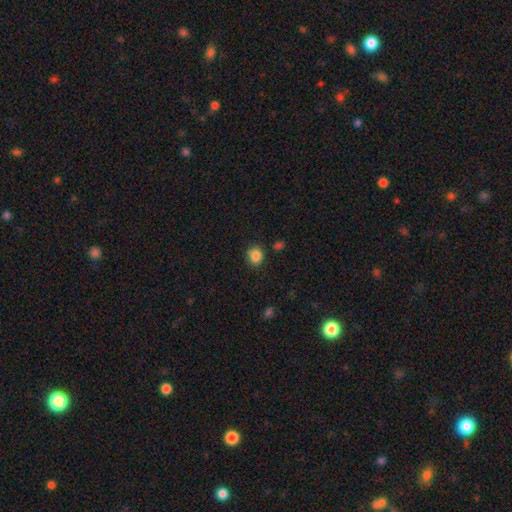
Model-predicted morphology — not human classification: Smooth or featured? smooth (85%)
How rounded? round (66%)
Merging? none (80%)